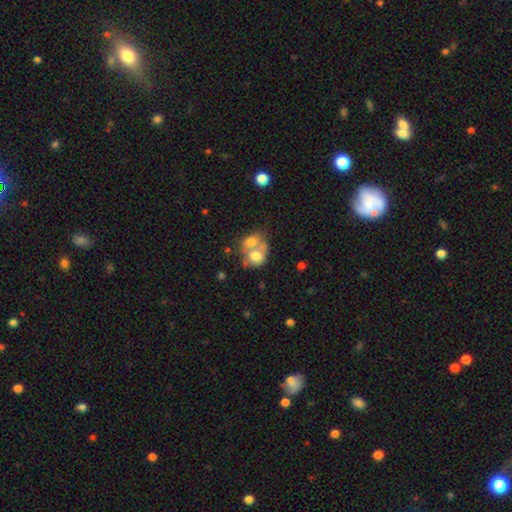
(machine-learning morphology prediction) Smooth or featured? Predicted: smooth (p=0.63). How rounded? Predicted: round (p=0.52). Merging? Predicted: merger (p=0.71).